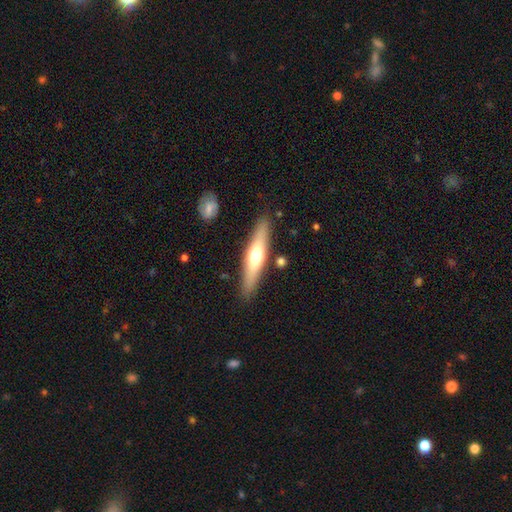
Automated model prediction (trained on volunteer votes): featured or disk 48%, smooth 46%, star or artifact 6%. Down the decision tree: merging — none (87%).